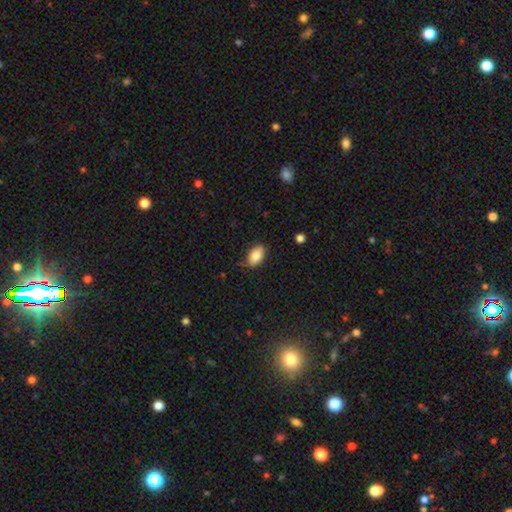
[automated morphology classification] smooth-or-featured: smooth: 83% | featured or disk: 10% | star or artifact: 7%
  how-rounded: in between: 91% | round: 7% | cigar-shaped: 2%
  merging: none: 80% | minor disturbance: 16% | major disturbance: 3% | merger: 1%